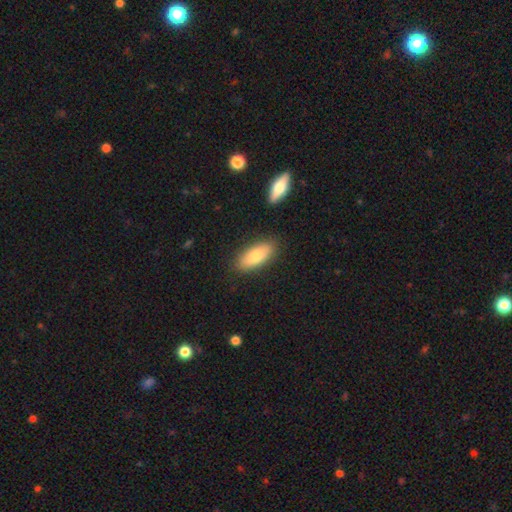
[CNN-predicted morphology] Overall: smooth (79%). How rounded: in between (81%). Merging: none (84%).